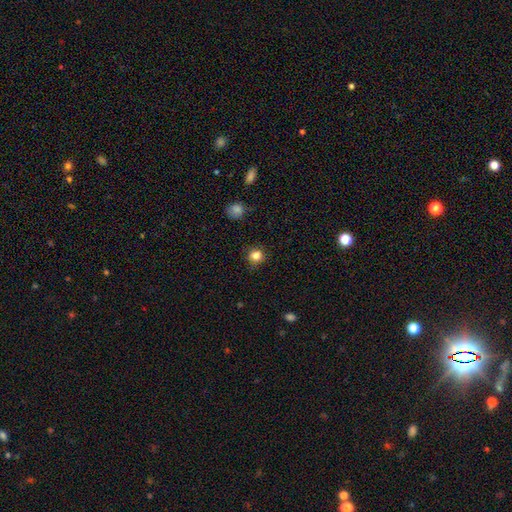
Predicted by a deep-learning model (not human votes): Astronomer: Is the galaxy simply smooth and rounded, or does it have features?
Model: smooth — 83%.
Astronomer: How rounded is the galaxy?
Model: round — 87%.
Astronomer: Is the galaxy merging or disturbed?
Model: none — 83%.